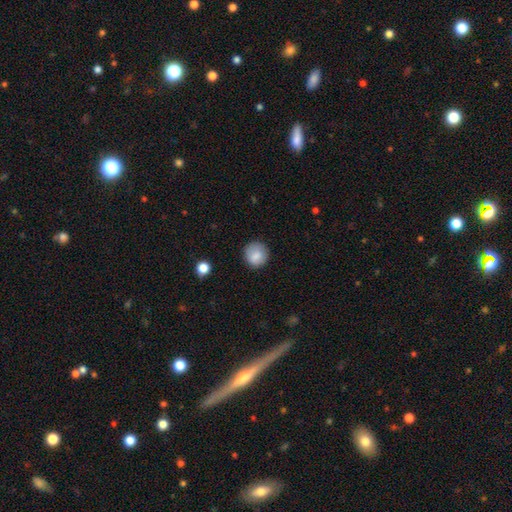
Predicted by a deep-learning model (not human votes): Overall: smooth (85%). How rounded: round (91%). Merging: none (85%).